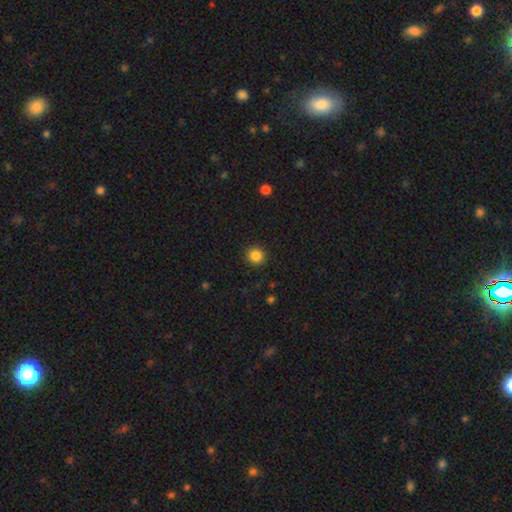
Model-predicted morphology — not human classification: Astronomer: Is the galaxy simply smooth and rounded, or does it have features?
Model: smooth — 85%.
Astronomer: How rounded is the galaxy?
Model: round — 93%.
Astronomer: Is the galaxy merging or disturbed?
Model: none — 92%.